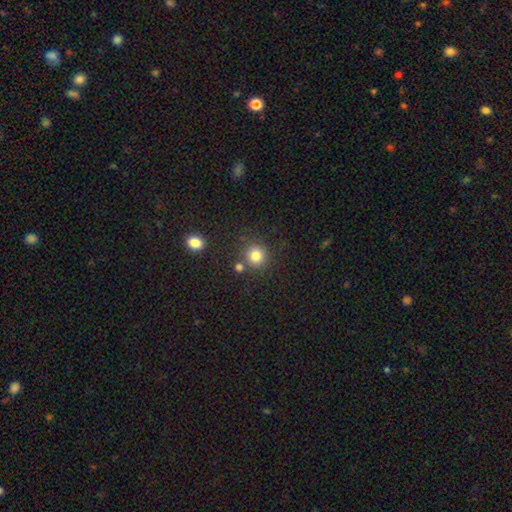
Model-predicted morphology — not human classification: A smooth galaxy with no disk features (82%) that is round (90%).

Vote fractions:
- Smooth or featured? smooth: 82% / star or artifact: 12% / featured or disk: 6%
- How rounded? round: 90% / in between: 9% / cigar-shaped: 1%
- Merging? none: 77% / merger: 11% / minor disturbance: 9% / major disturbance: 3%